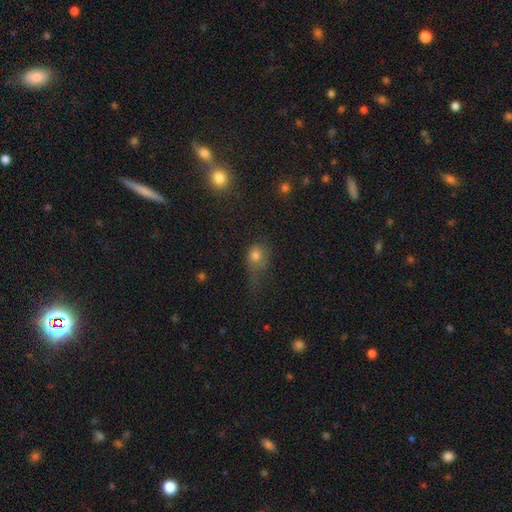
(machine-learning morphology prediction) smooth 73%, star or artifact 13%, featured or disk 13%. Down the decision tree: how rounded — round (55%); merging — major disturbance (34%).